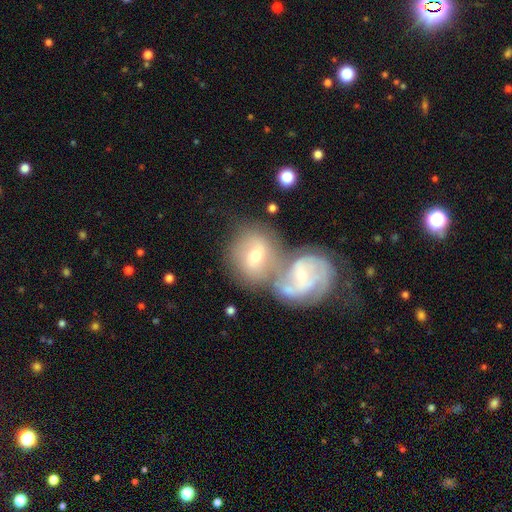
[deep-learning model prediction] Smooth or featured? Predicted: featured or disk (p=0.58). Edge-on disk? Predicted: no (p=0.95). Bar? Predicted: no (p=0.42). Spiral arms? Predicted: yes (p=0.80). Bulge size? Predicted: moderate (p=0.53). Merging? Predicted: merger (p=0.60).